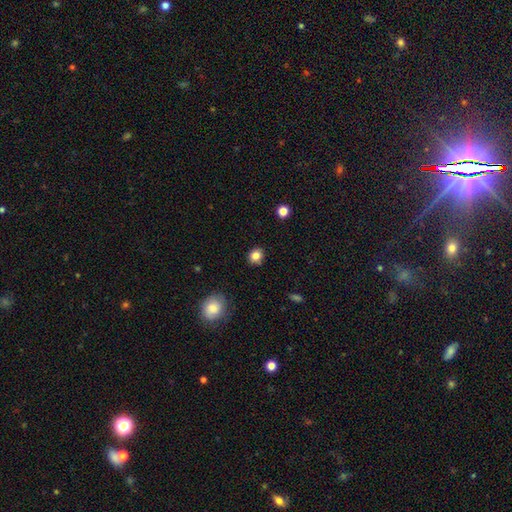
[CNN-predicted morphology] Q: Smooth or featured?
A: smooth (83%); runner-up: star or artifact (11%)
Q: How rounded?
A: round (77%); runner-up: in between (22%)
Q: Merging?
A: none (85%); runner-up: minor disturbance (11%)